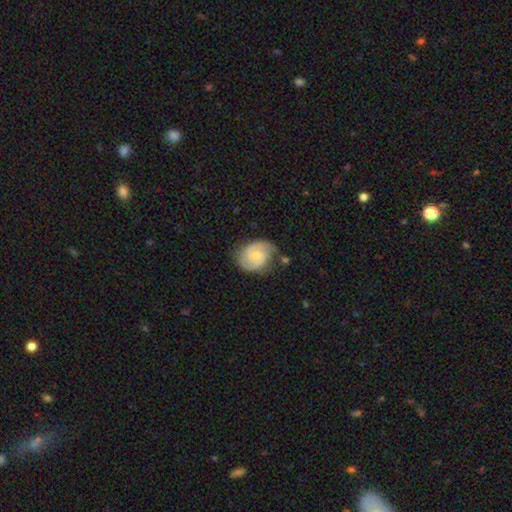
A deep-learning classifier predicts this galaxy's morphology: Smooth or featured? featured or disk (76%)
Edge-on disk? no (98%)
Bar? weak (50%)
Spiral arms? yes (95%)
Spiral winding? medium (50%)
Spiral arm count? 2 (86%)
Bulge size? small (55%)
Merging? none (69%)